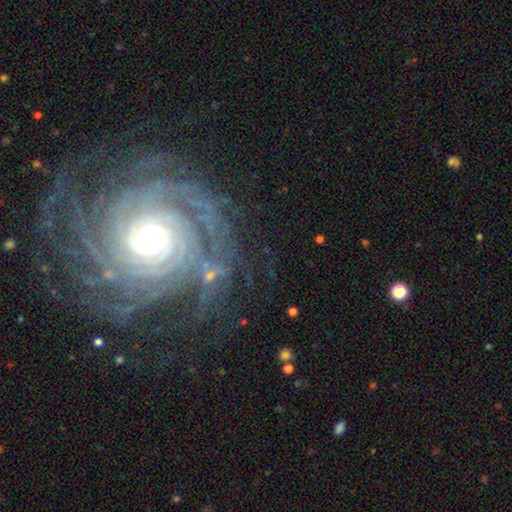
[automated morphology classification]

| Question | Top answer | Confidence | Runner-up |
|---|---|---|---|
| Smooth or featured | featured or disk | 89% | star or artifact (7%) |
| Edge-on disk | no | 98% | yes (2%) |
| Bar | no | 70% | weak (19%) |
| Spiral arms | yes | 98% | no (2%) |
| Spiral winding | tight | 81% | medium (16%) |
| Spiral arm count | more than 4 | 24% | 4 (20%) |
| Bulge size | moderate | 46% | small (41%) |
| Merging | none | 76% | minor disturbance (14%) |